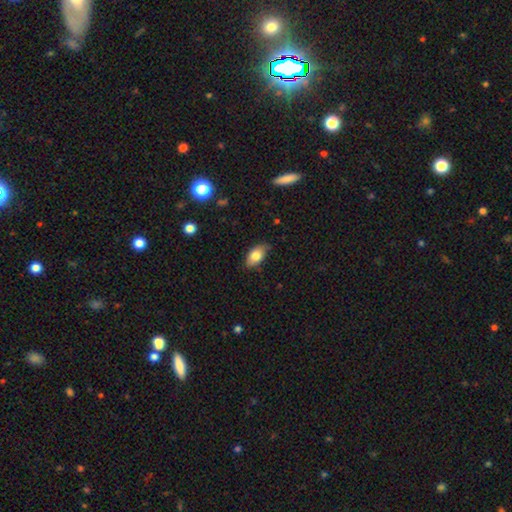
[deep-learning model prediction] Smooth or featured? smooth (80%)
How rounded? in between (92%)
Merging? none (77%)